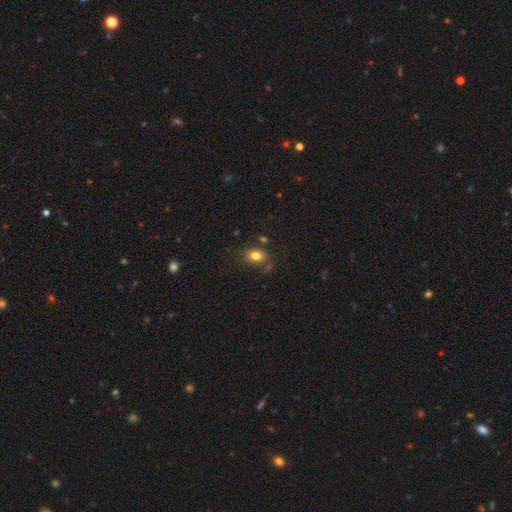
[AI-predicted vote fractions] A smooth galaxy with no disk features (80%) that is in between round and cigar-shaped (70%). Merging: none (69%).